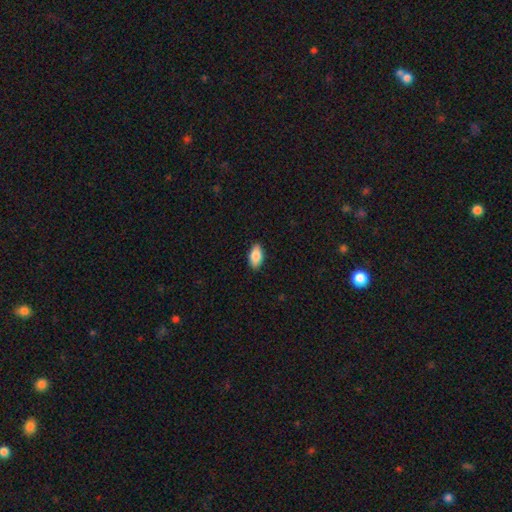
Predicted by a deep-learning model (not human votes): smooth-or-featured: smooth: 86% | featured or disk: 7% | star or artifact: 7%
  how-rounded: in between: 92% | cigar-shaped: 4% | round: 4%
  merging: none: 88% | minor disturbance: 9% | major disturbance: 2% | merger: 1%